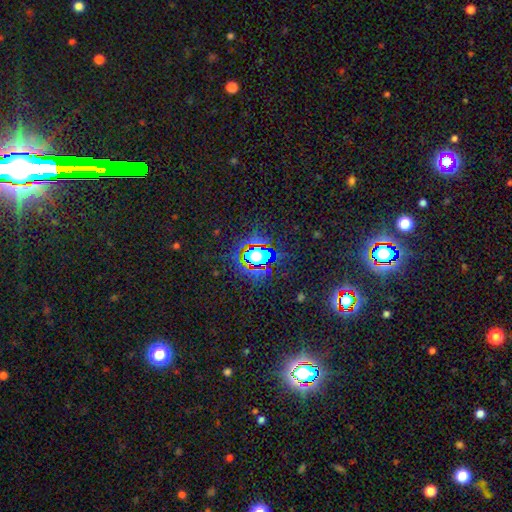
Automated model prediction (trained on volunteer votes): Smooth or featured: star or artifact — 65% (smooth — 24%)